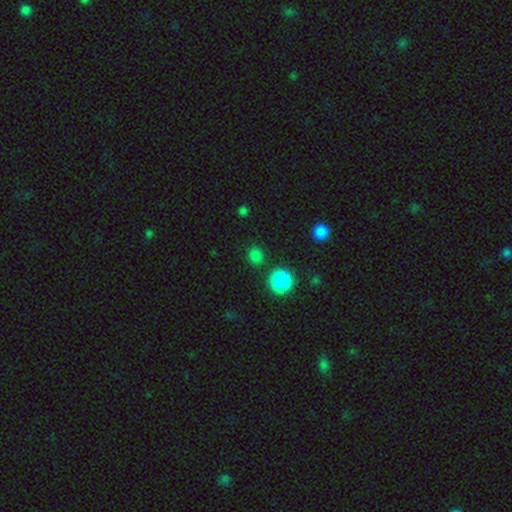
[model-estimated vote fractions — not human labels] Overall: smooth (80%). How rounded: round (85%). Merging: none (84%).